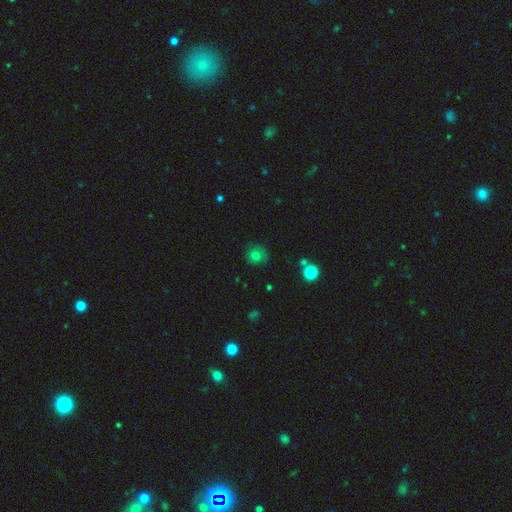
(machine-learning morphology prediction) Smooth or featured? smooth (72%)
How rounded? round (85%)
Merging? none (75%)